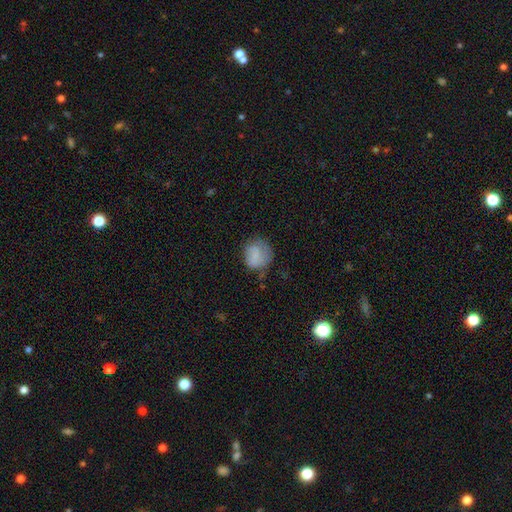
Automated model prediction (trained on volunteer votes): A smooth galaxy with no disk features (73%) that is round (76%).

Vote fractions:
- Smooth or featured? smooth: 73% / featured or disk: 19% / star or artifact: 8%
- How rounded? round: 76% / in between: 23% / cigar-shaped: 1%
- Merging? none: 55% / minor disturbance: 28% / major disturbance: 15% / merger: 2%